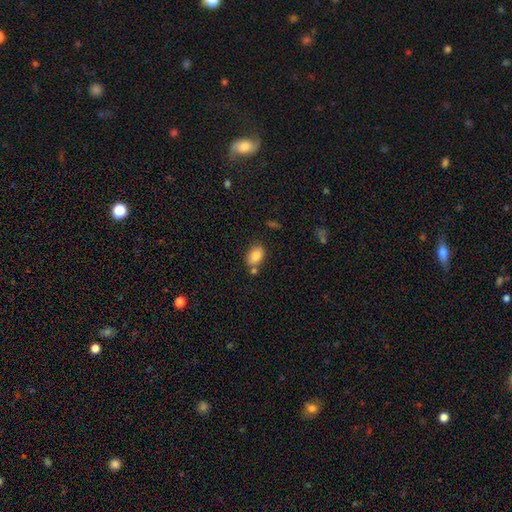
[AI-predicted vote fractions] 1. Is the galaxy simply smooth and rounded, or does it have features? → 83% smooth, 9% featured or disk, 8% star or artifact.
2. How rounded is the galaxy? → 82% in between, 17% round, 1% cigar-shaped.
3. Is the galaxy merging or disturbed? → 64% none, 17% minor disturbance, 15% merger, 4% major disturbance.